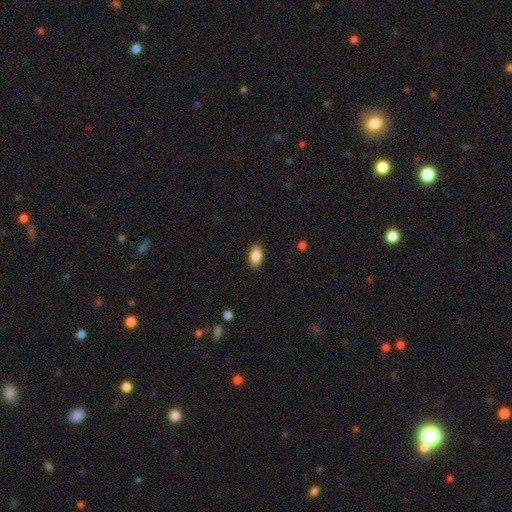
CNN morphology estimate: A smooth galaxy with no disk features (85%) that is in between round and cigar-shaped (93%).

Vote fractions:
- Smooth or featured? smooth: 85% / featured or disk: 8% / star or artifact: 7%
- How rounded? in between: 93% / round: 5% / cigar-shaped: 3%
- Merging? none: 89% / minor disturbance: 8% / major disturbance: 2% / merger: 1%